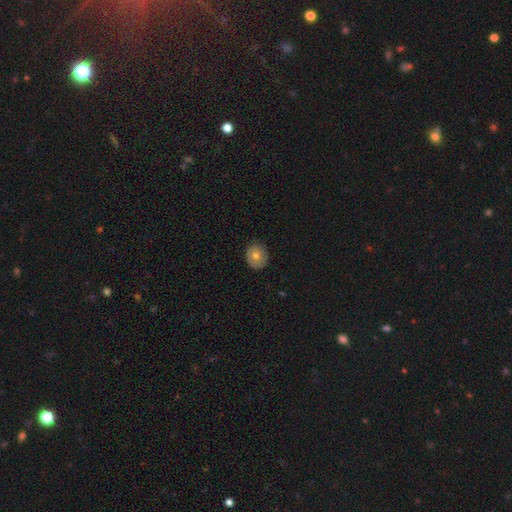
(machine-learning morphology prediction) This is likely a smooth galaxy (69%). How rounded: likely round (73%). Merging: clearly none (85%).